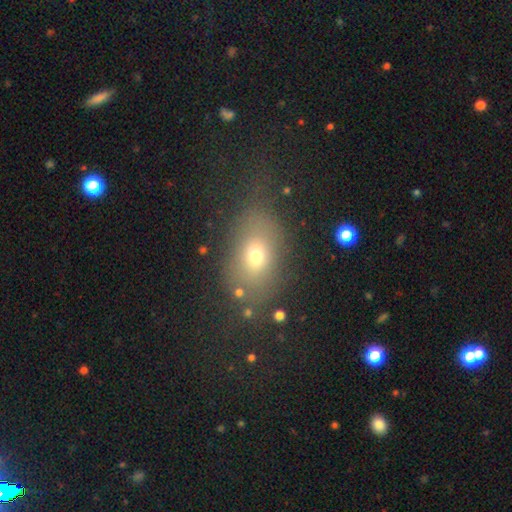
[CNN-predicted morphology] A smooth galaxy with no disk features (66%) that is in between round and cigar-shaped (71%). Merging: none (65%).